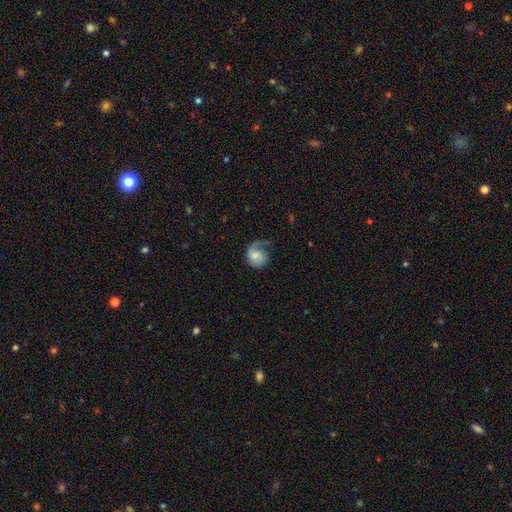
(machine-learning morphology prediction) This is possibly a featured or disk galaxy (56%). It is clearly not viewed edge-on (98%). Bar: likely no (68%). Spiral arm pattern: clearly yes (90%). Central bulge: marginally moderate (41%). Merging: marginally none (41%).